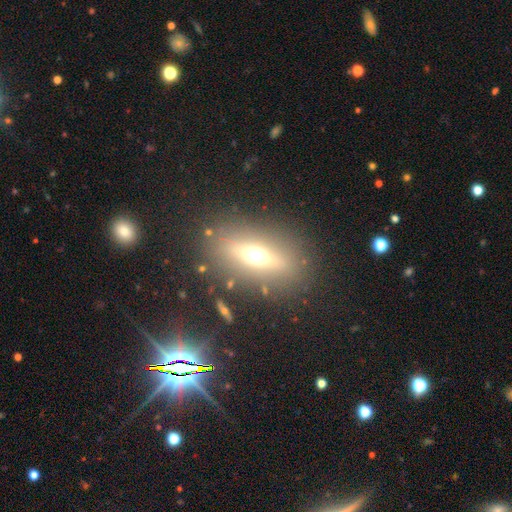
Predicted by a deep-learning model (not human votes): smooth-or-featured: featured or disk: 45% | smooth: 39% | star or artifact: 16%
  merging: none: 83% | minor disturbance: 9% | major disturbance: 6% | merger: 3%